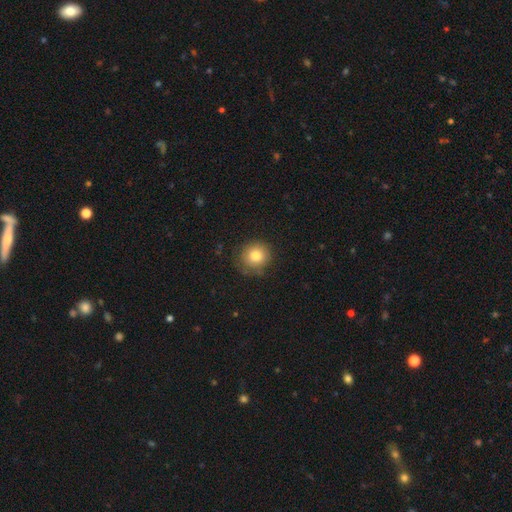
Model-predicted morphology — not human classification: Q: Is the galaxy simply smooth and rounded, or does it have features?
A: smooth — 80%.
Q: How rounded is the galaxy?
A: round — 92%.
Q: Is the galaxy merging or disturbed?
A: none — 79%.